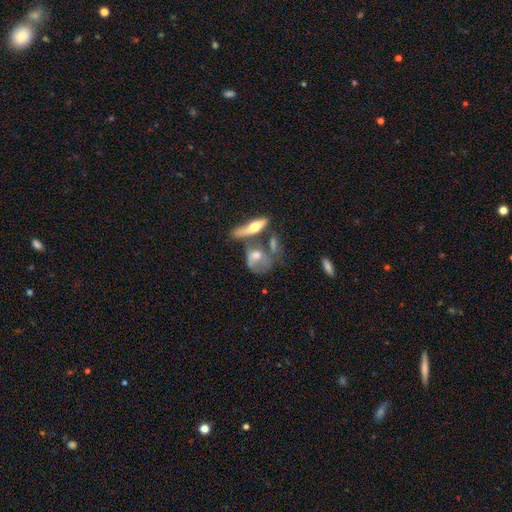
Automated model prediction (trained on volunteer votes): A smooth galaxy with no disk features (49%). Merging: merger (38%).